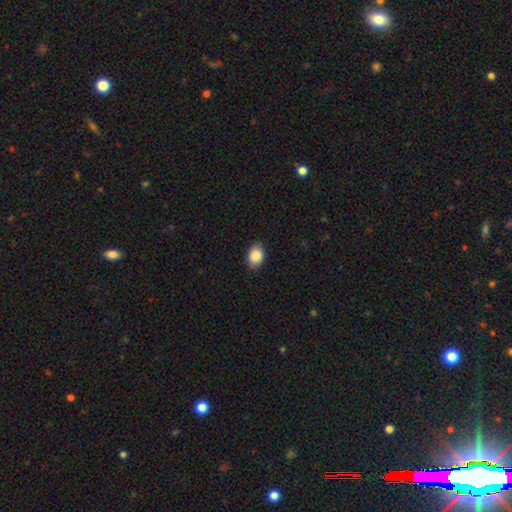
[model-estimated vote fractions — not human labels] A smooth galaxy with no disk features (89%) that is in between round and cigar-shaped (73%).

Vote fractions:
- Smooth or featured? smooth: 89% / star or artifact: 7% / featured or disk: 4%
- How rounded? in between: 73% / round: 26% / cigar-shaped: 1%
- Merging? none: 86% / minor disturbance: 11% / major disturbance: 2% / merger: 1%